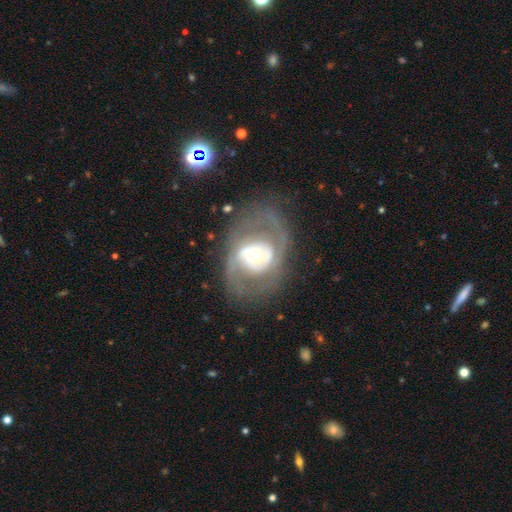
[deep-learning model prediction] This is likely a featured or disk galaxy (77%). It is clearly not viewed edge-on (95%). Bar: possibly no (59%). Spiral arm pattern: likely yes (64%). Central bulge: likely moderate (63%). Merging: likely none (67%).